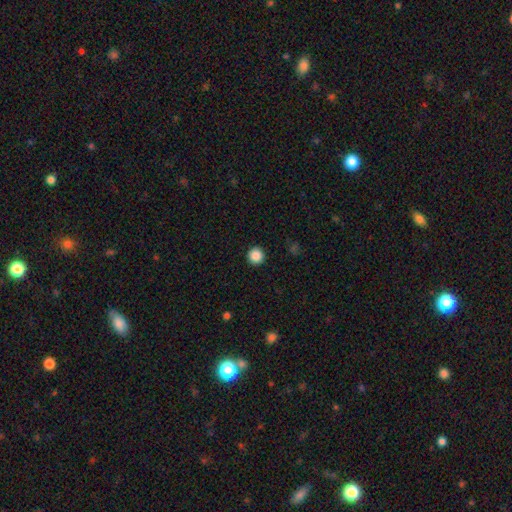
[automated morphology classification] A smooth galaxy with no disk features (88%) that is round (96%). Merging: none (93%).